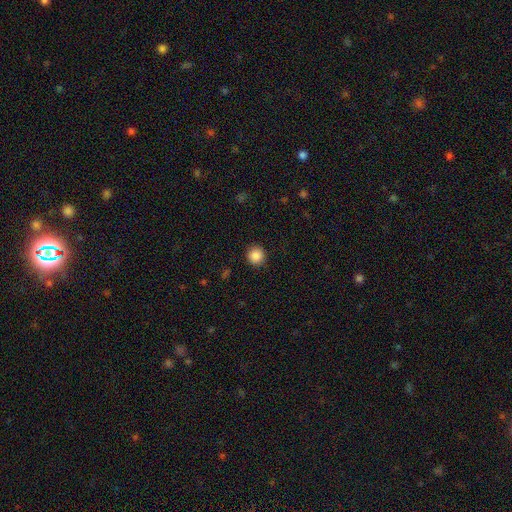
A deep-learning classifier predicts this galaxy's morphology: A smooth galaxy with no disk features (87%) that is round (94%). Merging: none (91%).